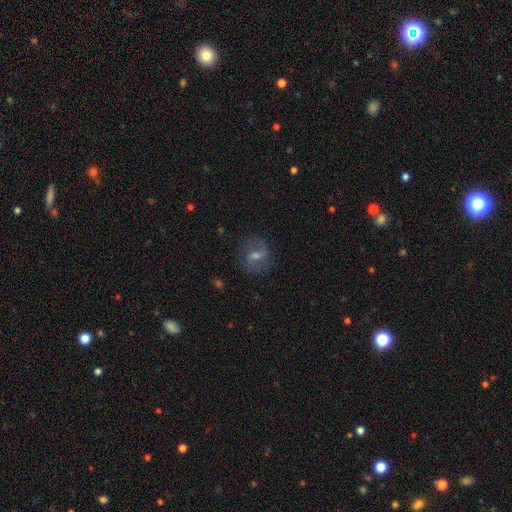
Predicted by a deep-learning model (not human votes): featured or disk 64%, smooth 23%, star or artifact 13%. Down the decision tree: edge-on disk — no (96%); bar — weak (52%); spiral arms — yes (87%); spiral arm count — 2 (82%); spiral winding — medium (45%); bulge size — moderate (54%); merging — none (78%).